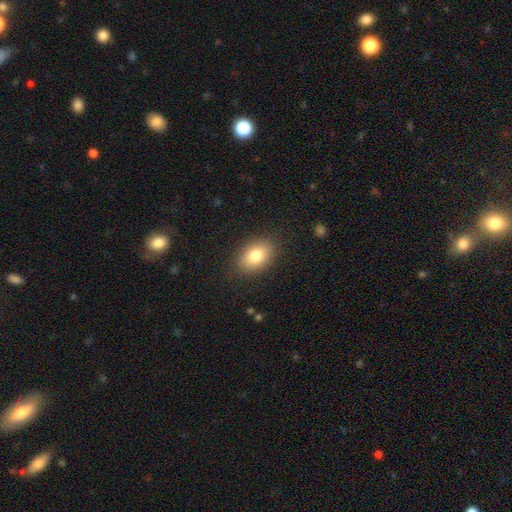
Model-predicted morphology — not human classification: Smooth or featured? smooth (81%)
How rounded? in between (84%)
Merging? none (86%)